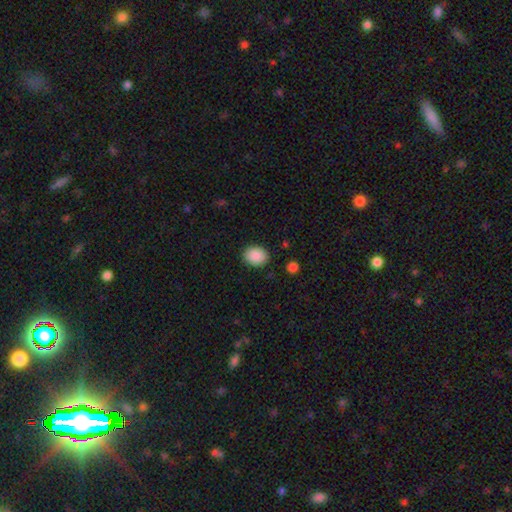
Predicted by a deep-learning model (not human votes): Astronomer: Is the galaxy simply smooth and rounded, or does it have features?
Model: smooth — 89%.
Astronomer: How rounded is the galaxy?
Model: in between — 56% (runner-up: round, 44%).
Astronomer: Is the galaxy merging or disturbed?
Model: none — 88%.